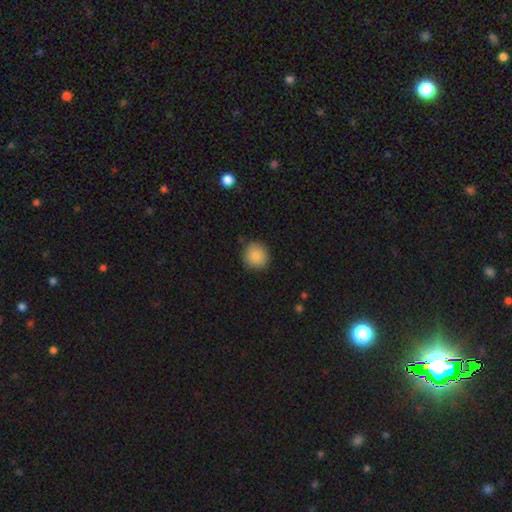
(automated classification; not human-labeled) Smooth or featured: smooth — 88% (star or artifact — 8%)
How rounded: round — 91% (in between — 8%)
Merging: none — 87% (minor disturbance — 9%)